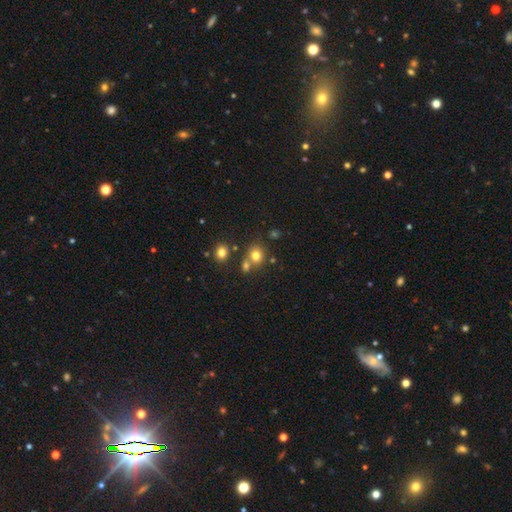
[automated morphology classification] Overall: smooth (75%). How rounded: round (76%). Merging: none (60%; merger 27%).